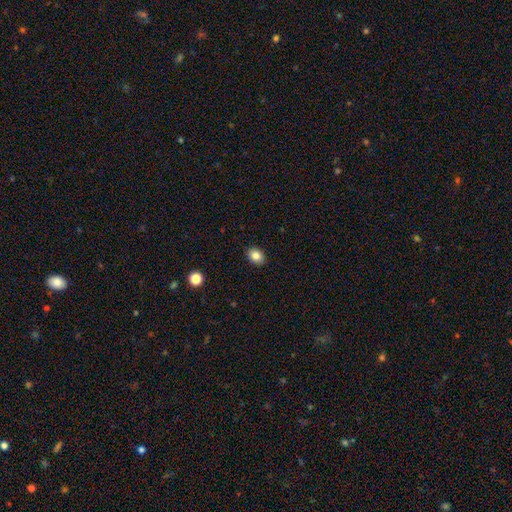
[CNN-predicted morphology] A smooth galaxy with no disk features (84%) that is in between round and cigar-shaped (64%). Merging: none (90%).